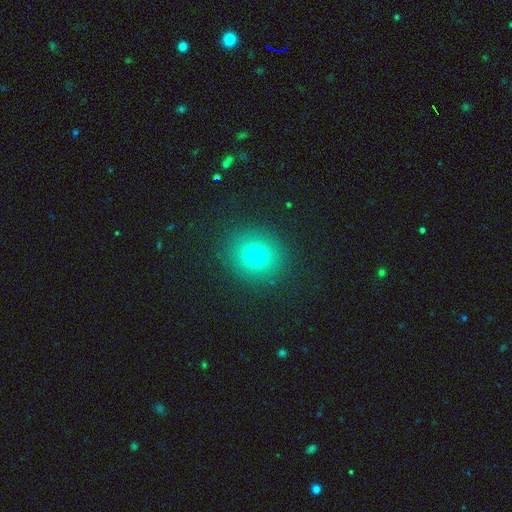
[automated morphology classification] A smooth galaxy with no disk features (72%) that is round (84%).

Vote fractions:
- Smooth or featured? smooth: 72% / star or artifact: 18% / featured or disk: 10%
- How rounded? round: 84% / in between: 15% / cigar-shaped: 1%
- Merging? none: 89% / minor disturbance: 7% / major disturbance: 3% / merger: 1%